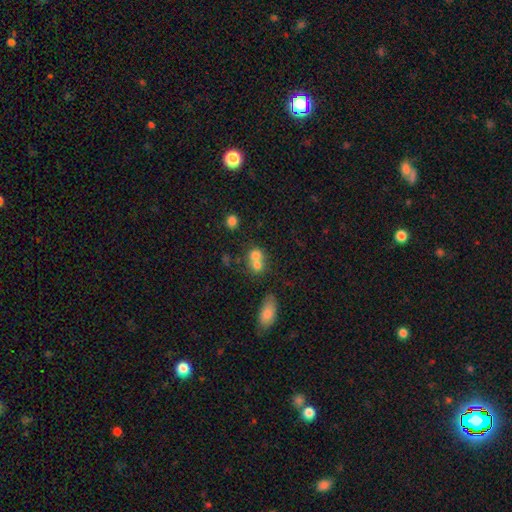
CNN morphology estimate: This appears to be a smooth galaxy with no disk features (72%) that is round (71%). Merging: merger (66%).